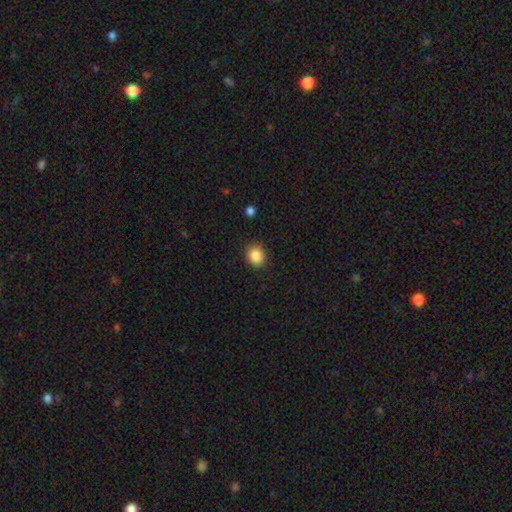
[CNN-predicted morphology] smooth 86%, star or artifact 10%, featured or disk 4%. Down the decision tree: how rounded — round (74%); merging — none (88%).